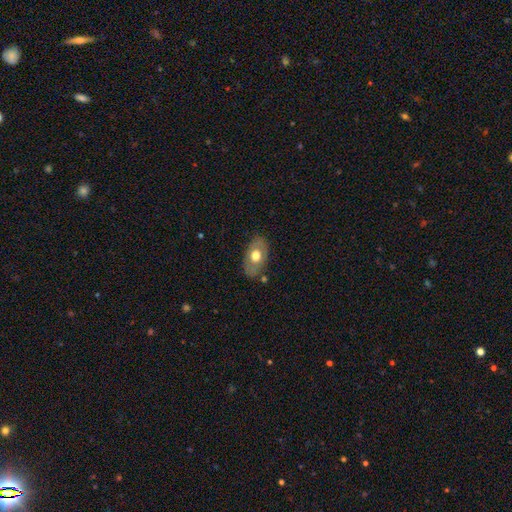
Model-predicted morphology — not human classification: Q: Smooth or featured?
A: smooth (54%); runner-up: featured or disk (40%)
Q: How rounded?
A: in between (87%); runner-up: round (11%)
Q: Merging?
A: none (78%); runner-up: minor disturbance (16%)